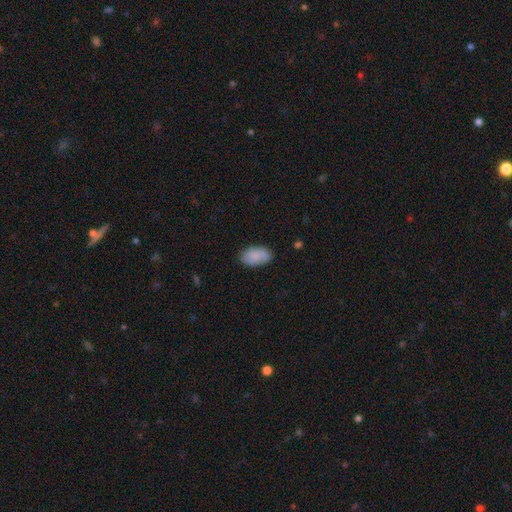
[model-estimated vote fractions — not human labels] Q: Smooth or featured?
A: smooth (84%); runner-up: featured or disk (9%)
Q: How rounded?
A: in between (93%); runner-up: round (5%)
Q: Merging?
A: none (80%); runner-up: minor disturbance (16%)